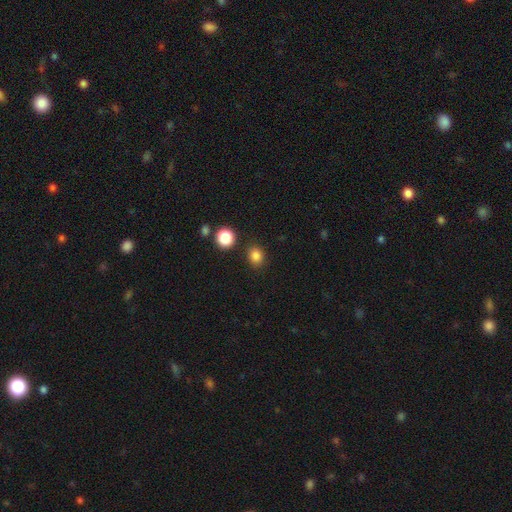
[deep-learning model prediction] smooth 83%, star or artifact 13%, featured or disk 4%. Down the decision tree: how rounded — round (75%); merging — none (86%).